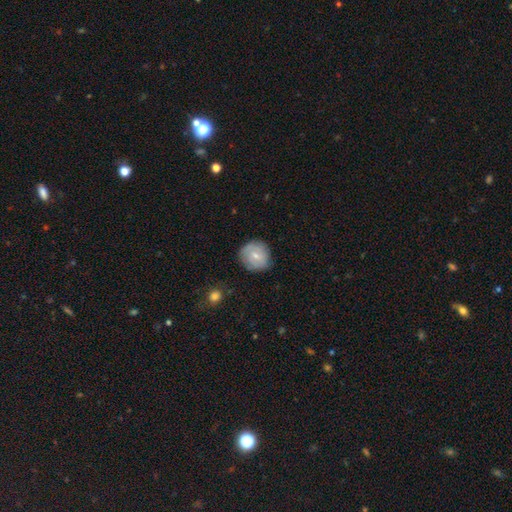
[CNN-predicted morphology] Smooth or featured? Predicted: smooth (p=0.61). How rounded? Predicted: round (p=0.87). Merging? Predicted: none (p=0.77).